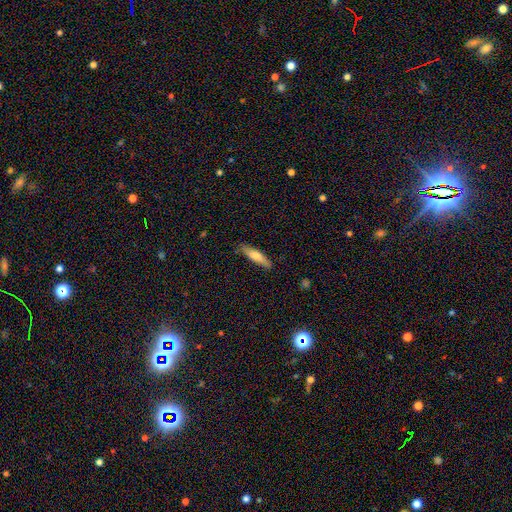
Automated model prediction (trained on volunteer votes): The model was most divided on "smooth or featured": smooth: 67%, featured or disk: 28%, star or artifact: 6%. More confident: merging — none (85%); how rounded — cigar-shaped (76%).